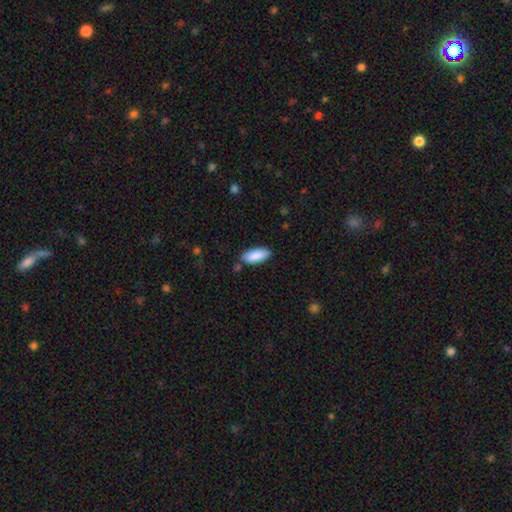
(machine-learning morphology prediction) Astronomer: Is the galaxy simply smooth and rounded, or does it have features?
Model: smooth — 89%.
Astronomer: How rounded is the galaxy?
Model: in between — 84%.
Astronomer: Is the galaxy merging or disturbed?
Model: none — 84%.